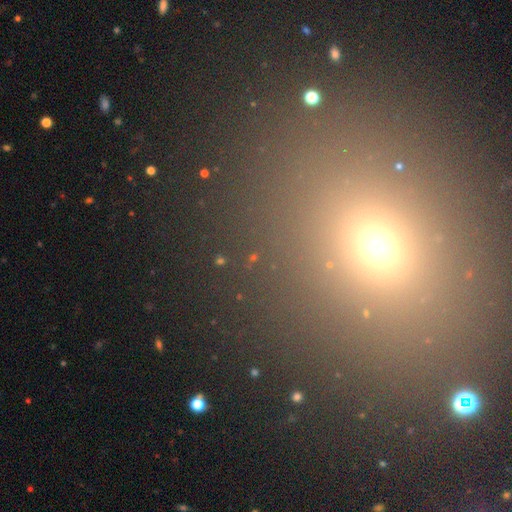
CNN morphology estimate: This is possibly a smooth galaxy (49%). Merging: clearly none (86%).